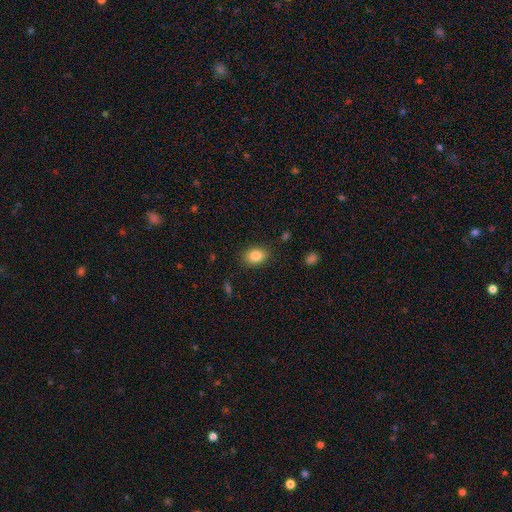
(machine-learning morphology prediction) Q: Smooth or featured?
A: smooth (84%); runner-up: star or artifact (9%)
Q: How rounded?
A: in between (70%); runner-up: round (29%)
Q: Merging?
A: none (87%); runner-up: minor disturbance (10%)